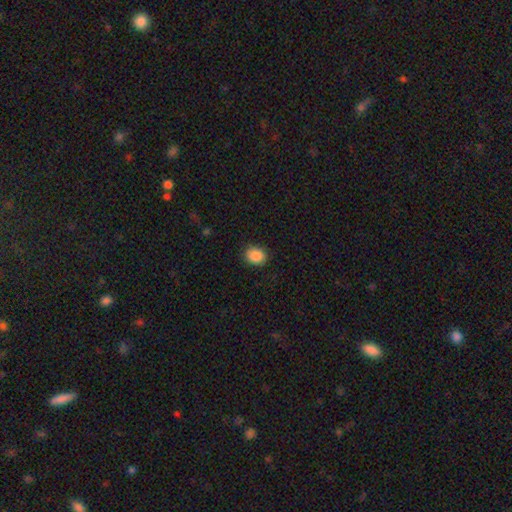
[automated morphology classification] Smooth or featured? Predicted: smooth (p=0.88). How rounded? Predicted: round (p=0.50). Merging? Predicted: none (p=0.86).